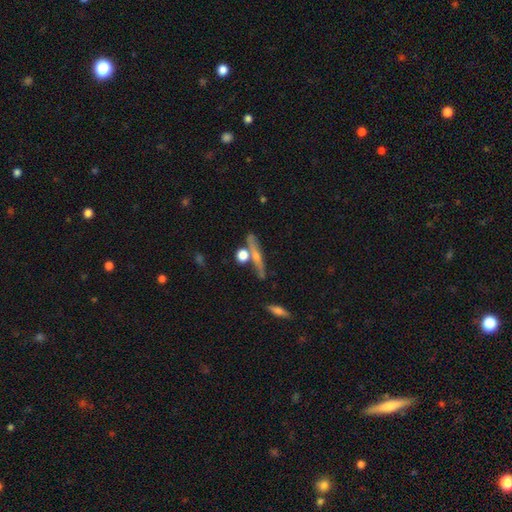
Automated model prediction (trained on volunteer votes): Smooth or featured: featured or disk — 51% (smooth — 30%)
Edge-on disk: yes — 74% (no — 26%)
Merging: none — 56% (merger — 22%)